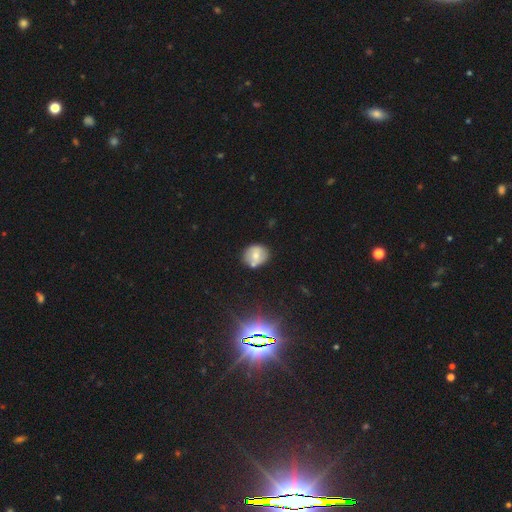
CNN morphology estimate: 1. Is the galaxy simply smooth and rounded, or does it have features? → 62% smooth, 27% featured or disk, 11% star or artifact.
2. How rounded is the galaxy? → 74% round, 25% in between, 1% cigar-shaped.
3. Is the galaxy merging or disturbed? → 71% none, 14% minor disturbance, 11% merger, 3% major disturbance.